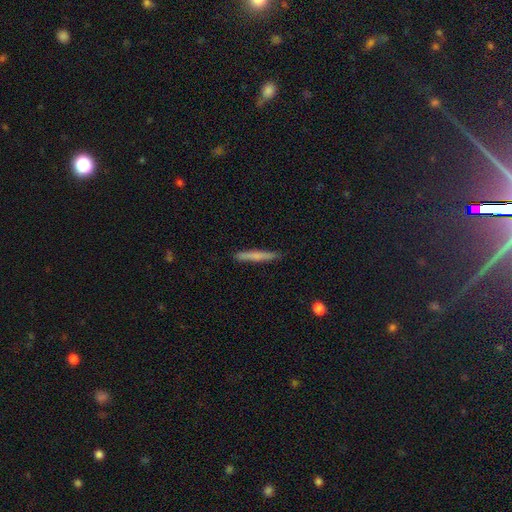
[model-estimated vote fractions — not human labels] Q: Smooth or featured?
A: smooth (67%); runner-up: featured or disk (27%)
Q: How rounded?
A: cigar-shaped (96%); runner-up: in between (3%)
Q: Merging?
A: none (89%); runner-up: minor disturbance (8%)